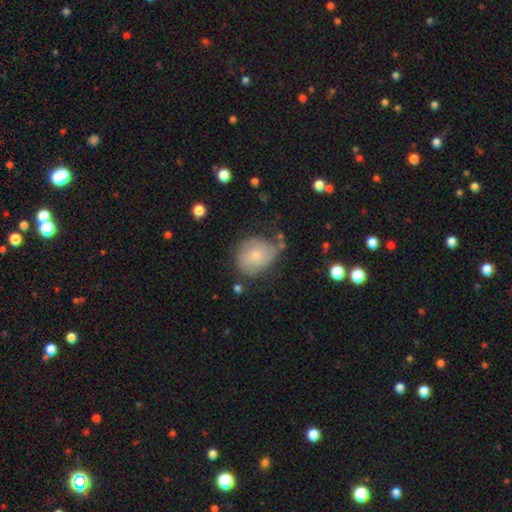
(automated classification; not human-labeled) A smooth galaxy with no disk features (62%) that is round (58%). Merging: none (56%).